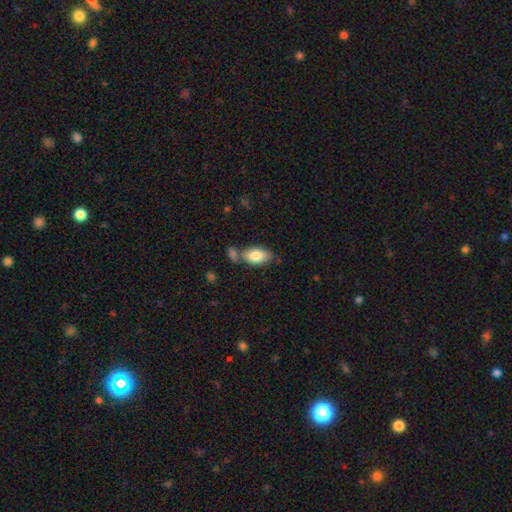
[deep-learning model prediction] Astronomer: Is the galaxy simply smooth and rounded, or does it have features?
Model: smooth — 82%.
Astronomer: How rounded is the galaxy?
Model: in between — 92%.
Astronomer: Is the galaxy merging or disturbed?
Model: none — 59%.